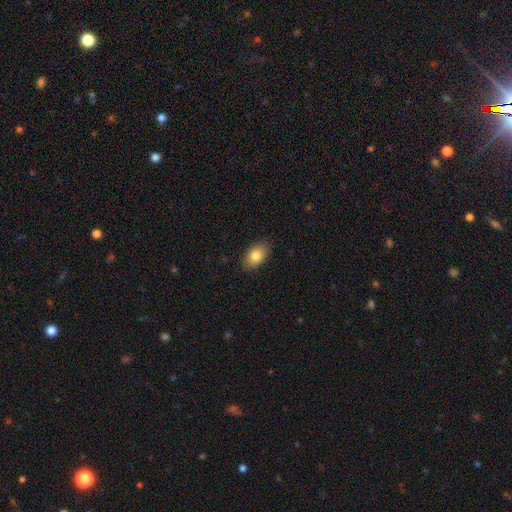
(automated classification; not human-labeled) Q: Smooth or featured?
A: smooth (82%); runner-up: featured or disk (10%)
Q: How rounded?
A: in between (89%); runner-up: round (9%)
Q: Merging?
A: none (88%); runner-up: minor disturbance (9%)